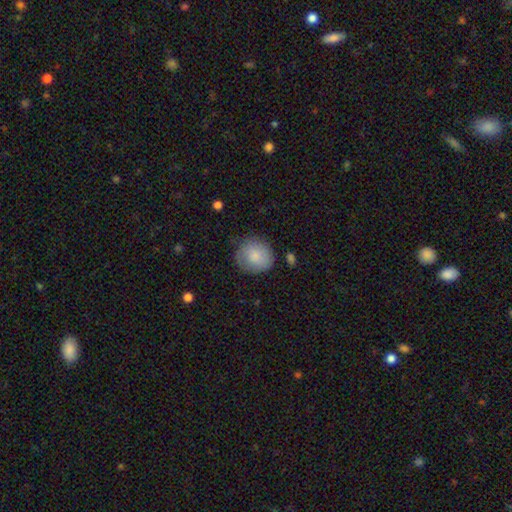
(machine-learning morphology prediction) Smooth or featured? smooth (81%)
How rounded? round (82%)
Merging? none (76%)